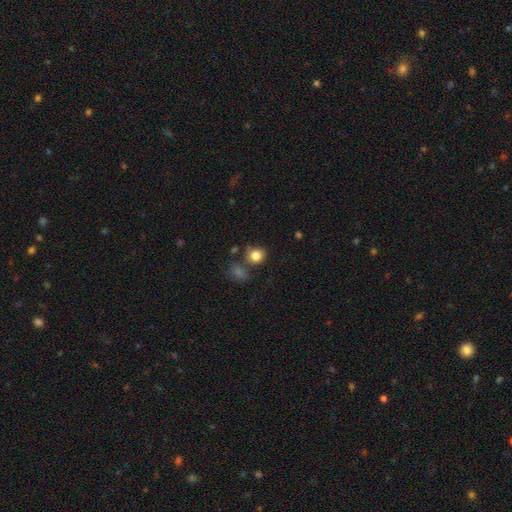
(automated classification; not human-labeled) Smooth or featured?
  - smooth: 82% *
  - star or artifact: 11%
  - featured or disk: 7%
How rounded?
  - round: 79% *
  - in between: 20%
  - cigar-shaped: 1%
Merging?
  - none: 67% *
  - minor disturbance: 16%
  - merger: 12%
  - major disturbance: 6%